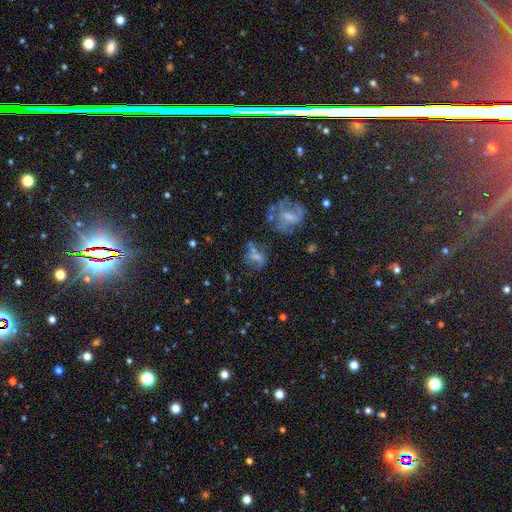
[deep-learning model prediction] This appears to be a smooth galaxy with no disk features (46%). Merging: none (47%).